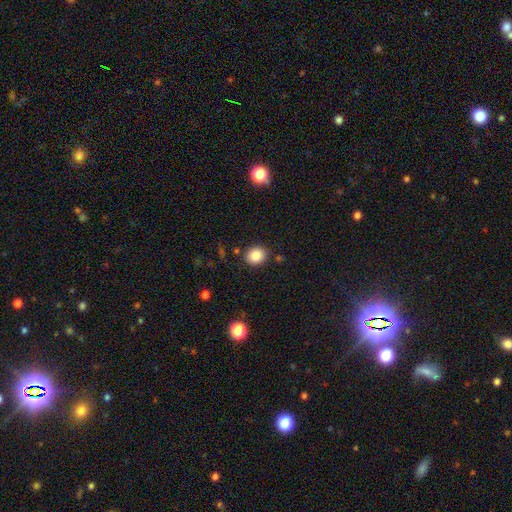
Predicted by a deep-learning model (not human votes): Smooth or featured? Predicted: smooth (p=0.85). How rounded? Predicted: round (p=0.76). Merging? Predicted: none (p=0.87).